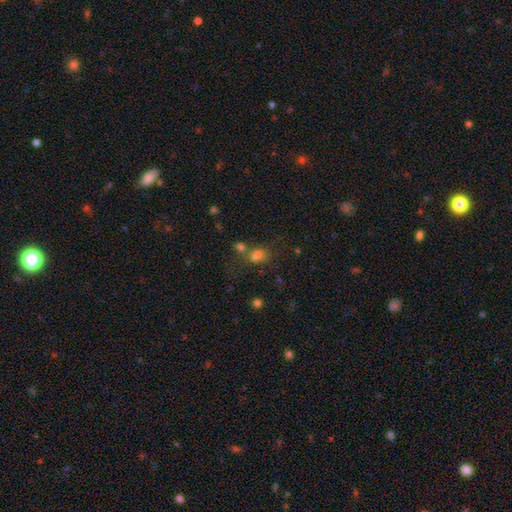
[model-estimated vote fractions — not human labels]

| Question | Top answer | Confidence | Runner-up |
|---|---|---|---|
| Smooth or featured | smooth | 69% | star or artifact (20%) |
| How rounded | in between | 63% | round (34%) |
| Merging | none | 42% | merger (34%) |